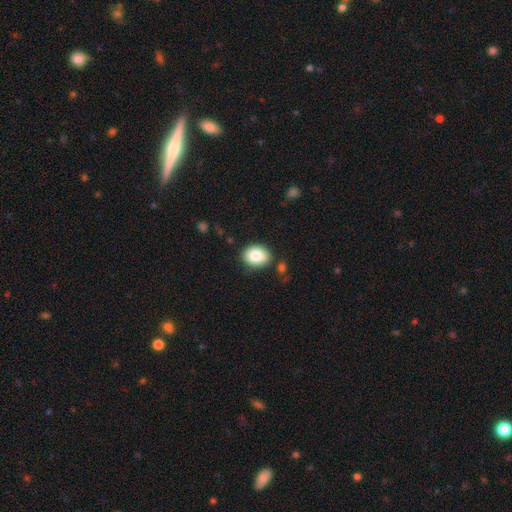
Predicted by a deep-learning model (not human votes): A smooth galaxy with no disk features (85%) that is in between round and cigar-shaped (60%). Merging: none (83%).